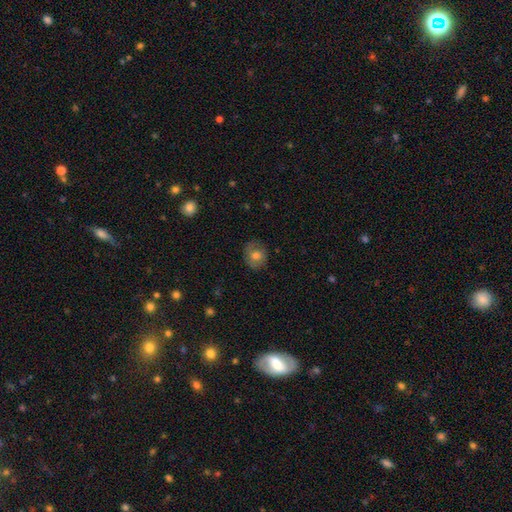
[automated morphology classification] Smooth or featured: smooth — 71% (featured or disk — 19%)
How rounded: round — 66% (in between — 33%)
Merging: none — 76% (minor disturbance — 18%)